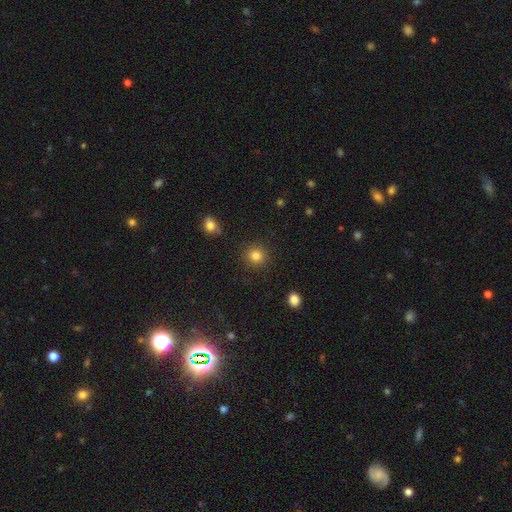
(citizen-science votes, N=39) smooth-or-featured: smooth: 85% | featured or disk: 10% | star or artifact: 5%
  how-rounded: round: 97% | in between: 3% | cigar-shaped: 0%
  merging: none: 86% | minor disturbance: 8% | major disturbance: 5% | merger: 0%